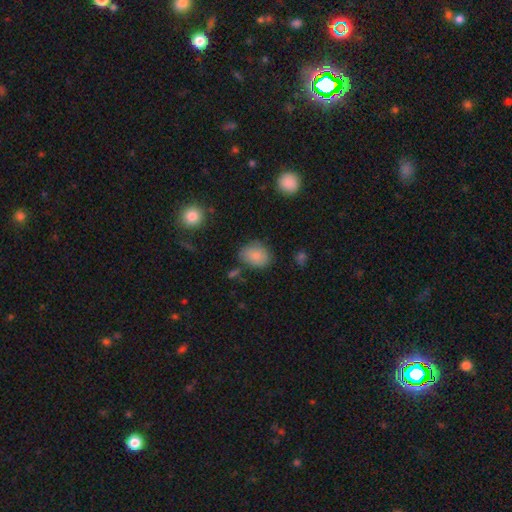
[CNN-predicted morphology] The model was most divided on "how rounded": in between: 57%, round: 42%, cigar-shaped: 1%. More confident: smooth or featured — smooth (84%); merging — none (70%).